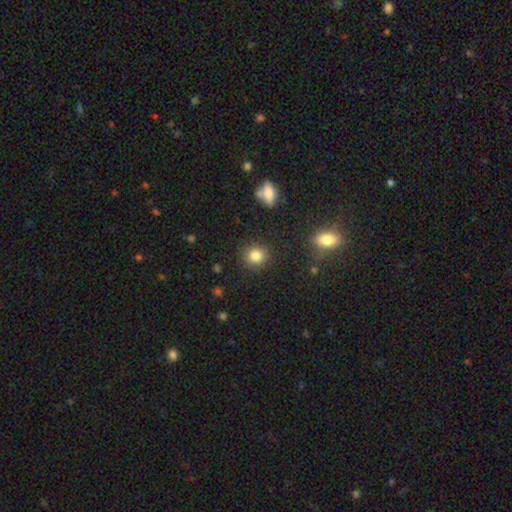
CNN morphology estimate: Overall: smooth (84%). How rounded: round (84%). Merging: none (88%).